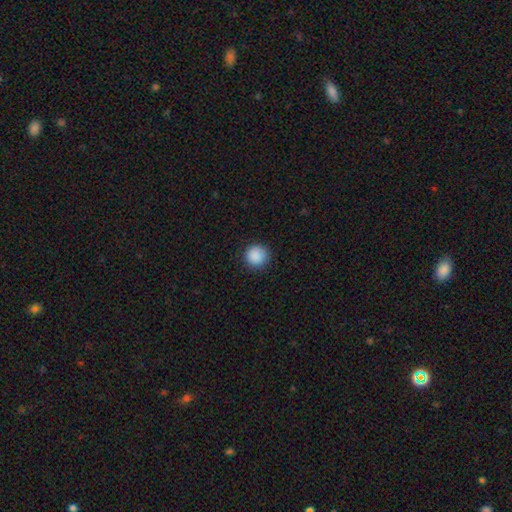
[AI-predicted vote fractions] Q: Smooth or featured?
A: smooth (89%); runner-up: star or artifact (9%)
Q: How rounded?
A: round (95%); runner-up: in between (4%)
Q: Merging?
A: none (90%); runner-up: minor disturbance (7%)